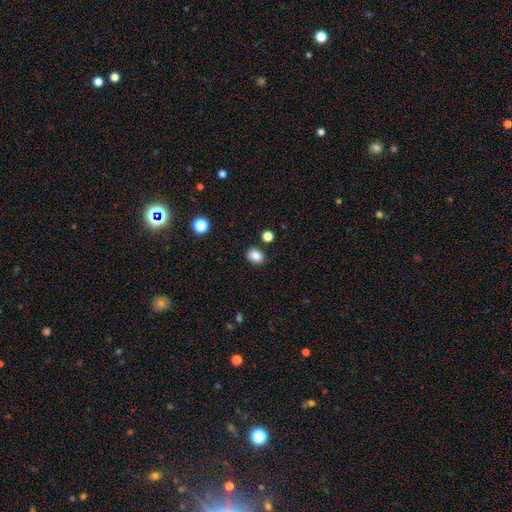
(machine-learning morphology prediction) type=smooth (85%); roundness=round (53%); merging=none (86%).